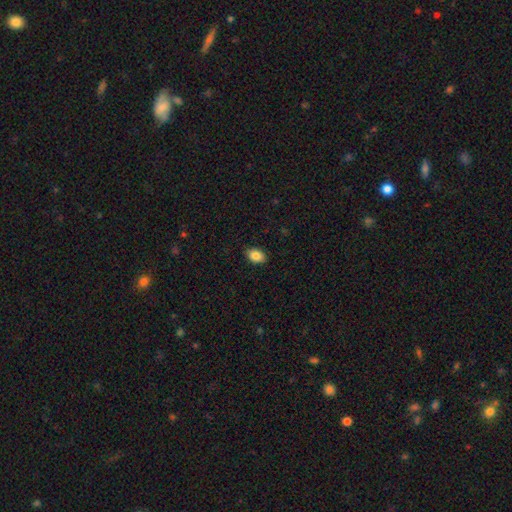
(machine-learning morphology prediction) Smooth or featured? Predicted: smooth (p=0.86). How rounded? Predicted: in between (p=0.83). Merging? Predicted: none (p=0.88).